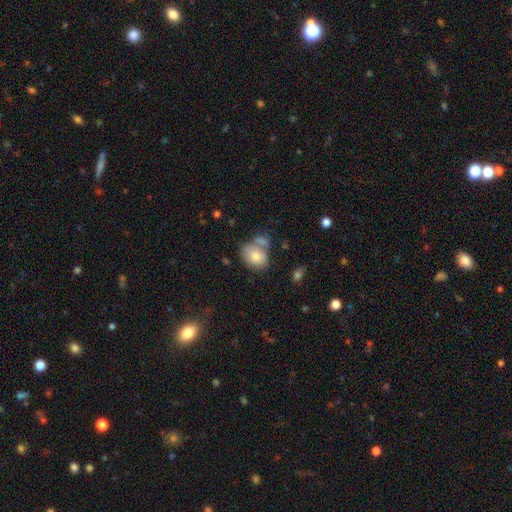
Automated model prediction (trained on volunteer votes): smooth 79%, featured or disk 13%, star or artifact 8%. Down the decision tree: how rounded — in between (66%); merging — none (50%).